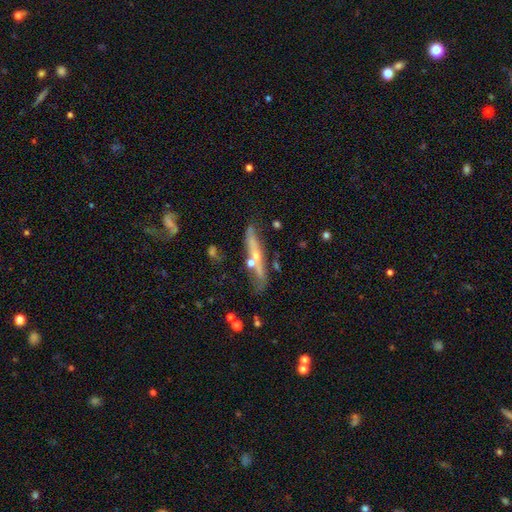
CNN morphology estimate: A featured or disk galaxy (56%) viewed edge-on (75%). Merging: none (61%).